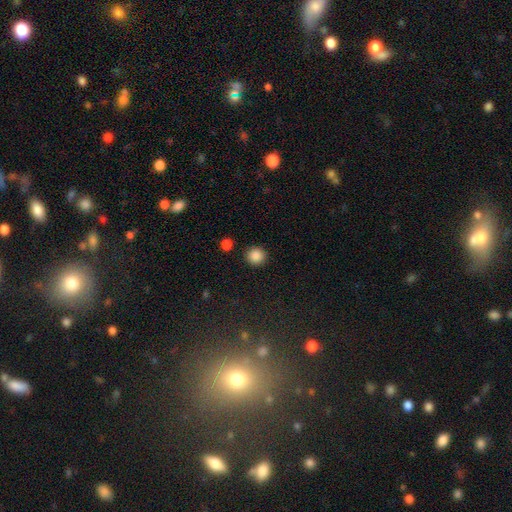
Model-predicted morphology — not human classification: This is clearly a smooth galaxy (87%). How rounded: clearly round (92%). Merging: clearly none (91%).